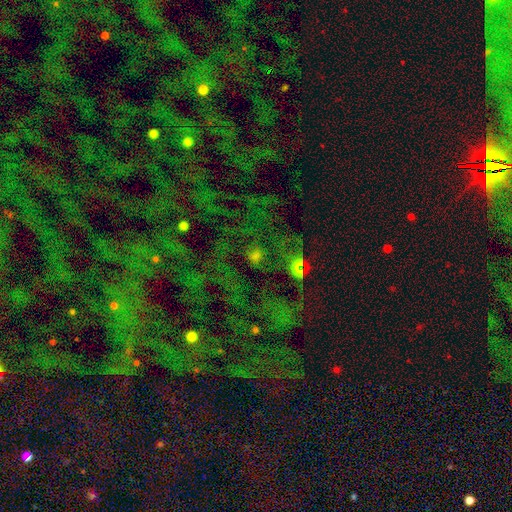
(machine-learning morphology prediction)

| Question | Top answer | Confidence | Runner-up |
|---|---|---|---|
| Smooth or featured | star or artifact | 71% | smooth (17%) |